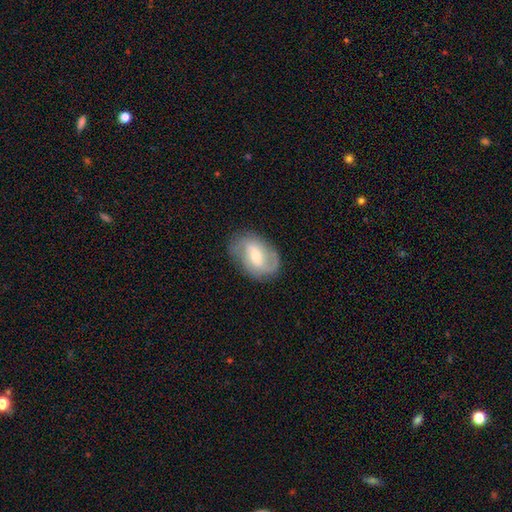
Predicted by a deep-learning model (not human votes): The model was most divided on "bulge size": moderate: 51%, small: 43%, large: 3%, none: 1%, dominant: 1%. Remaining: edge-on disk — no (96%); spiral arms — yes (89%); merging — none (76%); smooth or featured — featured or disk (74%); spiral arm count — 2 (72%); bar — weak (52%); spiral winding — medium (46%).